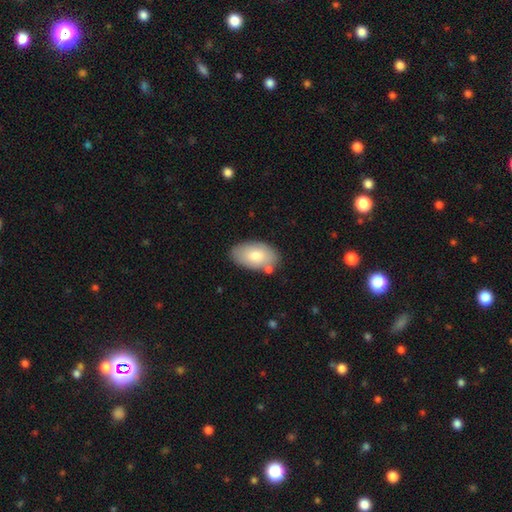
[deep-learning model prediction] The model was most divided on "smooth or featured": smooth: 77%, featured or disk: 18%, star or artifact: 6%. More confident: how rounded — in between (94%); merging — none (77%).